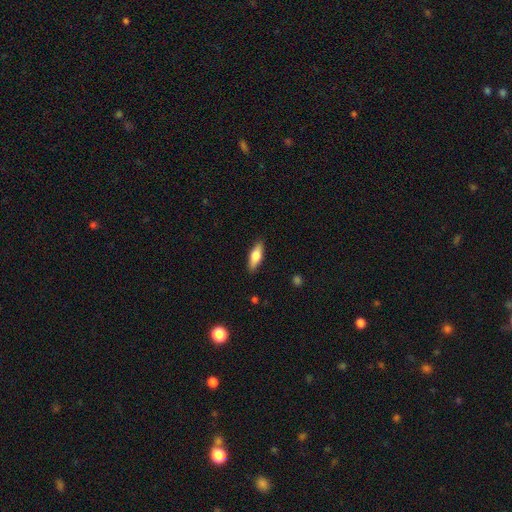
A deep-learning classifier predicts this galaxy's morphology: A smooth galaxy with no disk features (72%) that is in between round and cigar-shaped (60%). Merging: none (88%).